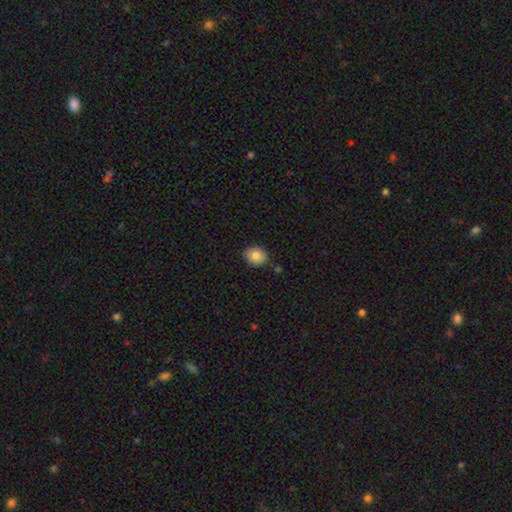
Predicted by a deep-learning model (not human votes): smooth-or-featured: smooth: 84% | star or artifact: 8% | featured or disk: 8%
  how-rounded: round: 55% | in between: 44% | cigar-shaped: 1%
  merging: none: 81% | minor disturbance: 13% | merger: 3% | major disturbance: 2%